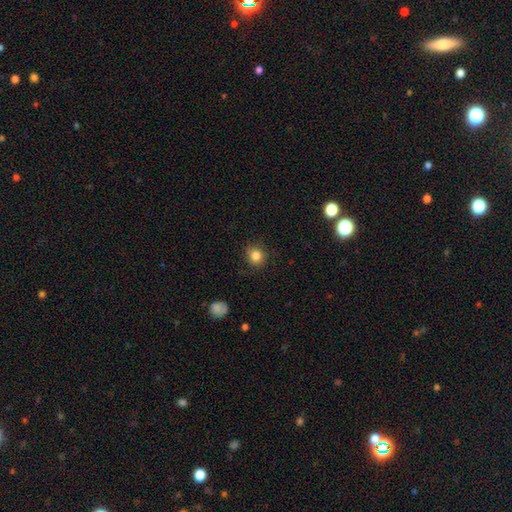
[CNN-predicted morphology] smooth-or-featured: smooth: 84% | star or artifact: 11% | featured or disk: 5%
  how-rounded: round: 87% | in between: 12% | cigar-shaped: 1%
  merging: none: 84% | minor disturbance: 11% | major disturbance: 3% | merger: 1%